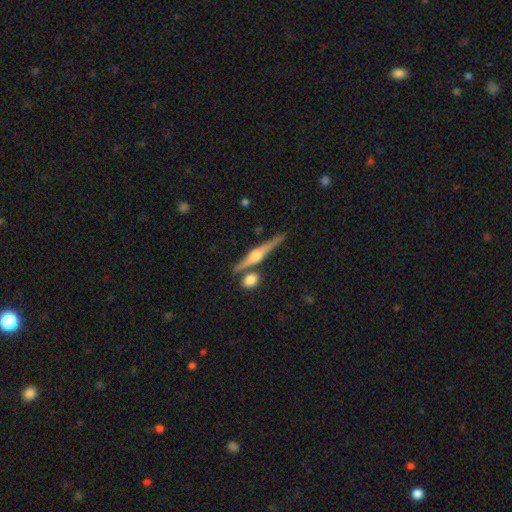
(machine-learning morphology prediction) featured or disk 81%, smooth 13%, star or artifact 6%. Down the decision tree: edge-on disk — yes (98%); edge-on bulge — rounded (92%); merging — none (80%).